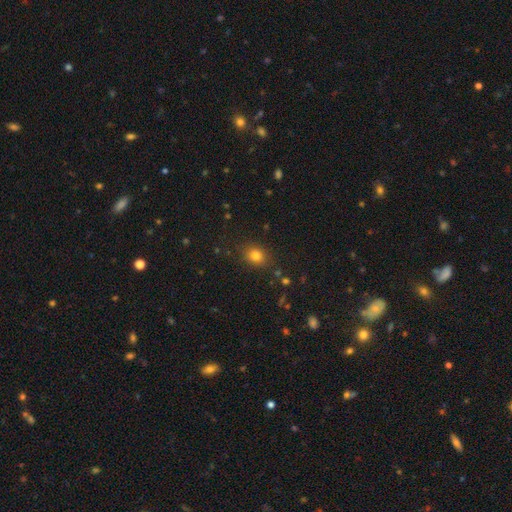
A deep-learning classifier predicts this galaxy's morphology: Smooth or featured: smooth — 80% (star or artifact — 14%)
How rounded: round — 58% (in between — 41%)
Merging: none — 84% (minor disturbance — 11%)